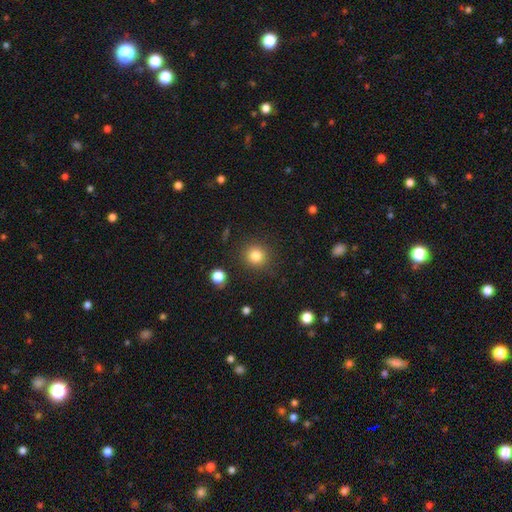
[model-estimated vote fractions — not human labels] Smooth or featured? smooth (82%)
How rounded? round (91%)
Merging? none (88%)